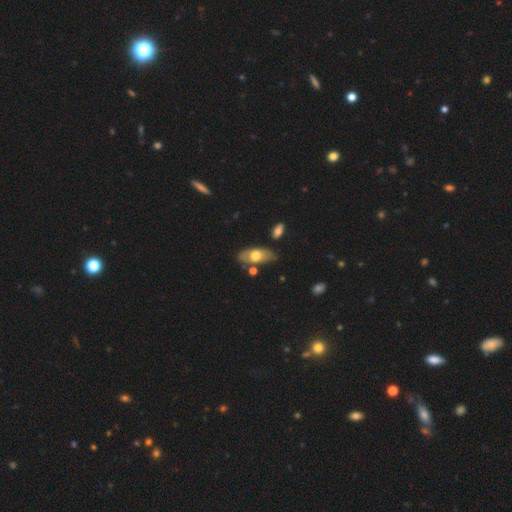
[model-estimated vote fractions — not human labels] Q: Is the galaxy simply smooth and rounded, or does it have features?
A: smooth — 60%.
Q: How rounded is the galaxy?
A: in between — 85%.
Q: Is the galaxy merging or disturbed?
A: none — 71%.